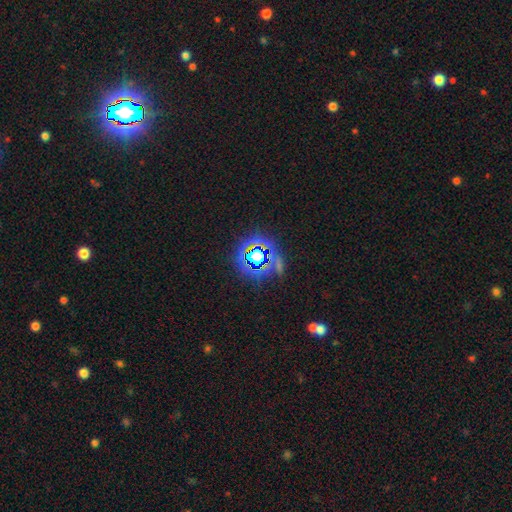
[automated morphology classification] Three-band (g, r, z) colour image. It shows a star or artifact, not a galaxy (66%).